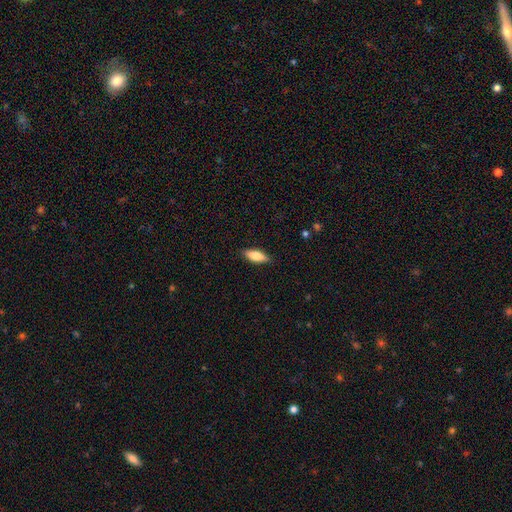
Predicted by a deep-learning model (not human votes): Q: Smooth or featured?
A: smooth (73%); runner-up: featured or disk (21%)
Q: How rounded?
A: in between (66%); runner-up: cigar-shaped (32%)
Q: Merging?
A: none (87%); runner-up: minor disturbance (10%)